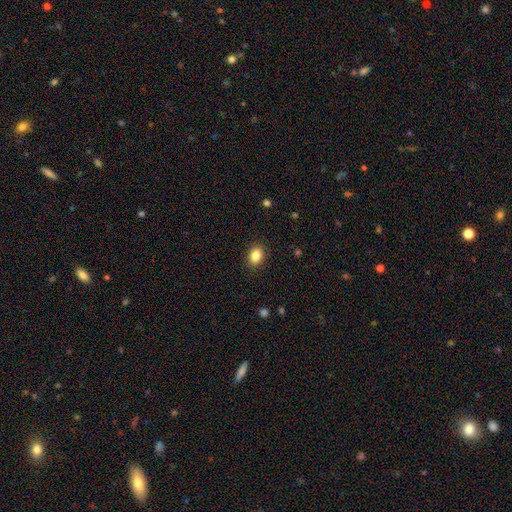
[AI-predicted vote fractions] Smooth or featured? smooth (85%)
How rounded? in between (62%)
Merging? none (89%)